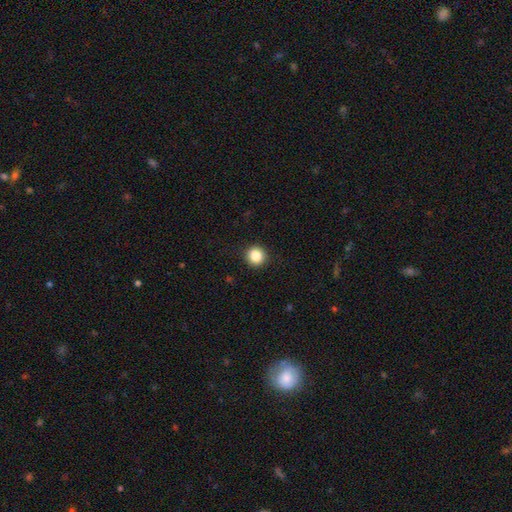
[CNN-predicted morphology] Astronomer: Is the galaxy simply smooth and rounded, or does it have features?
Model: smooth — 86%.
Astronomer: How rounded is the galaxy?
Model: round — 90%.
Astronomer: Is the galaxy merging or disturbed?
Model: none — 92%.